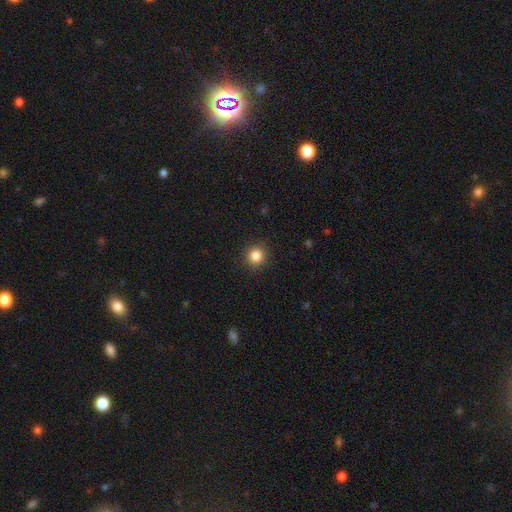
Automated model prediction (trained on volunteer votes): Smooth or featured: smooth — 84% (star or artifact — 11%)
How rounded: round — 90% (in between — 10%)
Merging: none — 91% (minor disturbance — 6%)